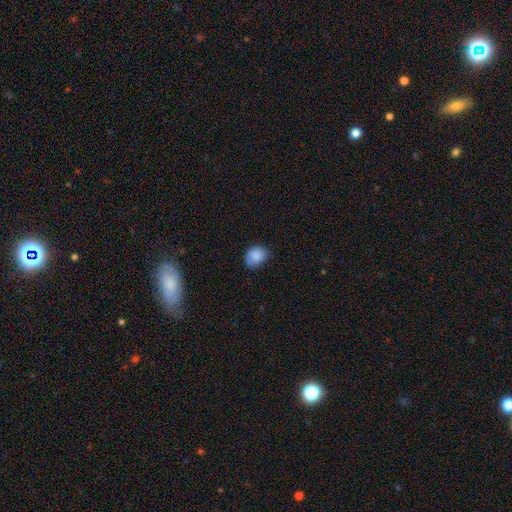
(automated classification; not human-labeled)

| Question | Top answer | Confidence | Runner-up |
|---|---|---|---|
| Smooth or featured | smooth | 84% | star or artifact (9%) |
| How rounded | round | 56% | in between (43%) |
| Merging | none | 64% | minor disturbance (28%) |